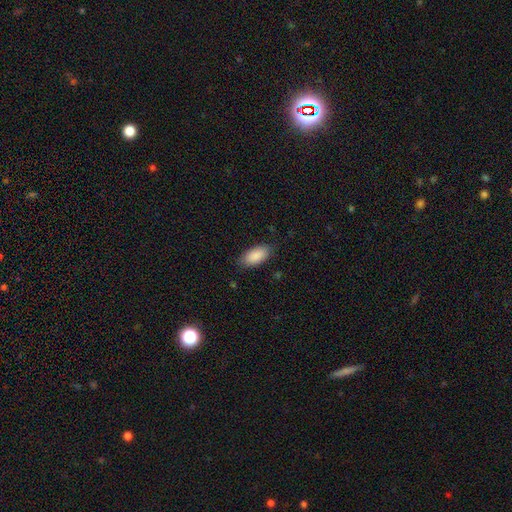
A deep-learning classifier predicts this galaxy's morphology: Overall: smooth (89%). How rounded: in between (92%). Merging: none (82%).